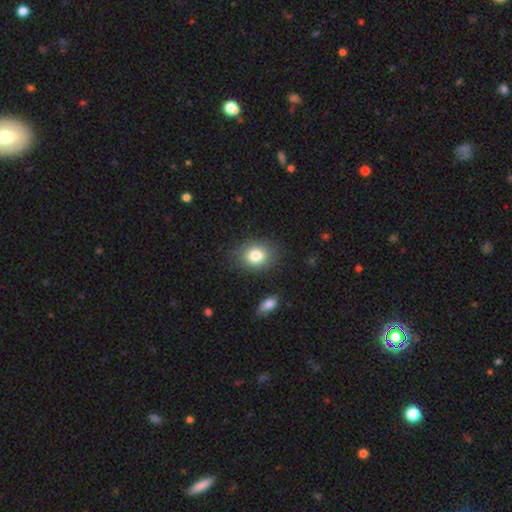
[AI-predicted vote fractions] Smooth or featured?
  - smooth: 81% *
  - star or artifact: 10%
  - featured or disk: 9%
How rounded?
  - round: 55% *
  - in between: 44%
  - cigar-shaped: 1%
Merging?
  - none: 84% *
  - minor disturbance: 11%
  - major disturbance: 3%
  - merger: 3%